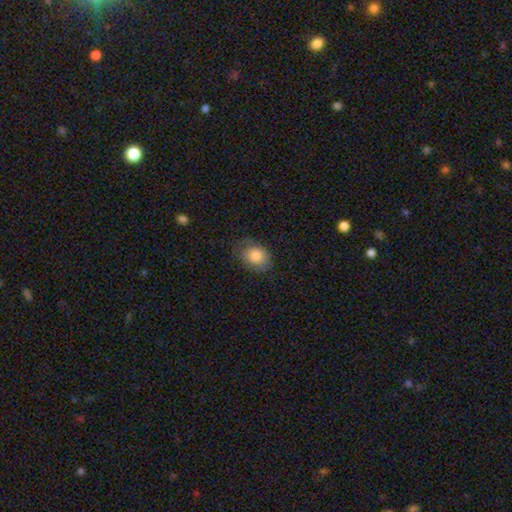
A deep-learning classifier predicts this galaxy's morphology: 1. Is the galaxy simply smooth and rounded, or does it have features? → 80% smooth, 13% featured or disk, 7% star or artifact.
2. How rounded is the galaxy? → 58% in between, 41% round, 1% cigar-shaped.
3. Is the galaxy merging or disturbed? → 64% none, 25% minor disturbance, 10% major disturbance, 1% merger.